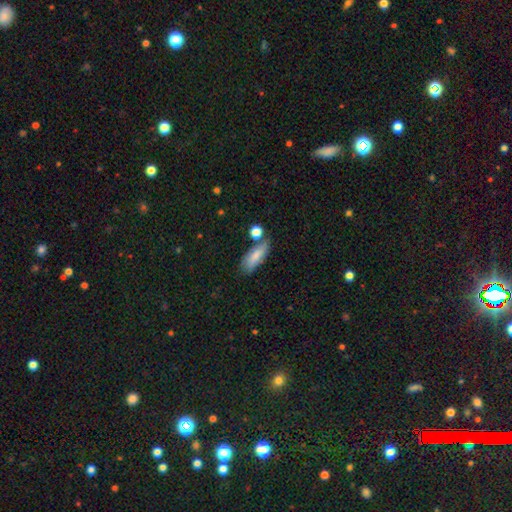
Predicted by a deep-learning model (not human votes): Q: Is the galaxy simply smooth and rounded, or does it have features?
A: smooth — 79%.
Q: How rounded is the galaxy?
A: in between — 70%.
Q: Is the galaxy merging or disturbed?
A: none — 62%.